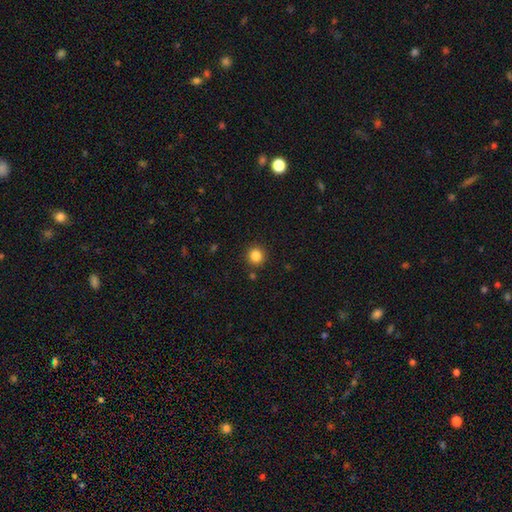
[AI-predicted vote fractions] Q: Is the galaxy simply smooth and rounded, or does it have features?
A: smooth — 85%.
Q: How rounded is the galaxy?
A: round — 90%.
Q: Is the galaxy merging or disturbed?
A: none — 89%.